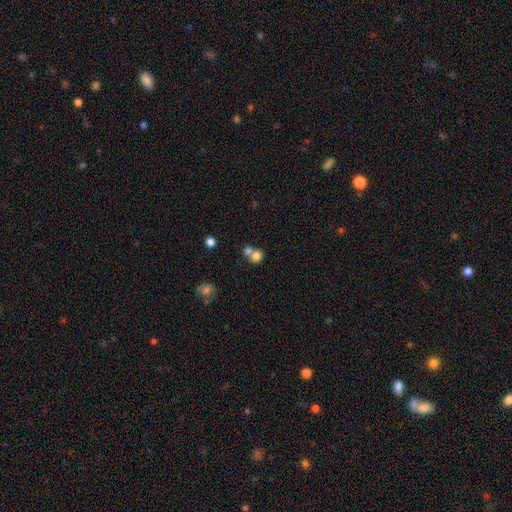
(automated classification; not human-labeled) This appears to be a smooth galaxy with no disk features (77%) that is round (78%). Merging: merger (52%).